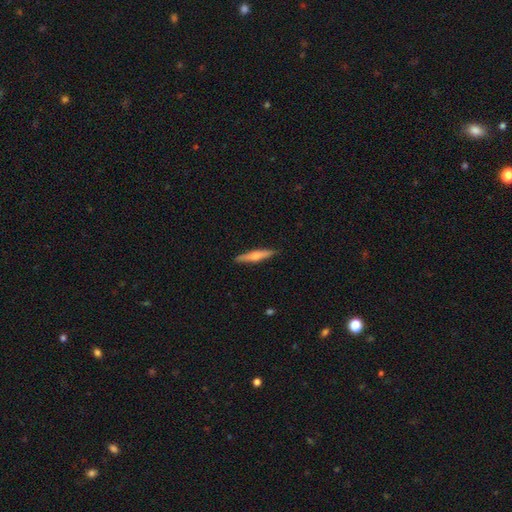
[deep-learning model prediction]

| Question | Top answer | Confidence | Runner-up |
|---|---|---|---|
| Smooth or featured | smooth | 48% | featured or disk (47%) |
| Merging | none | 90% | minor disturbance (8%) |